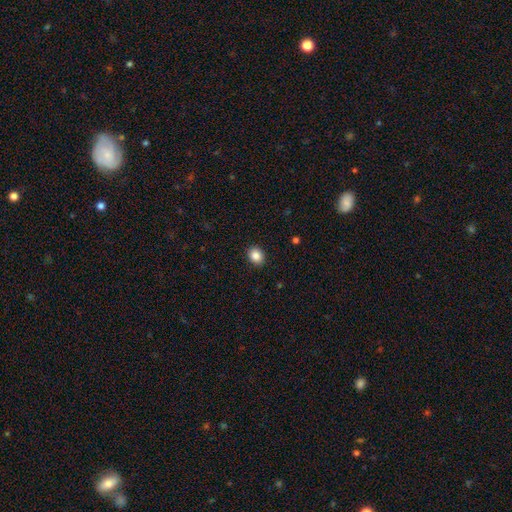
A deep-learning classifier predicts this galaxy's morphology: The model was most divided on "how rounded": round: 57%, in between: 43%, cigar-shaped: 1%. More confident: merging — none (91%); smooth or featured — smooth (87%).